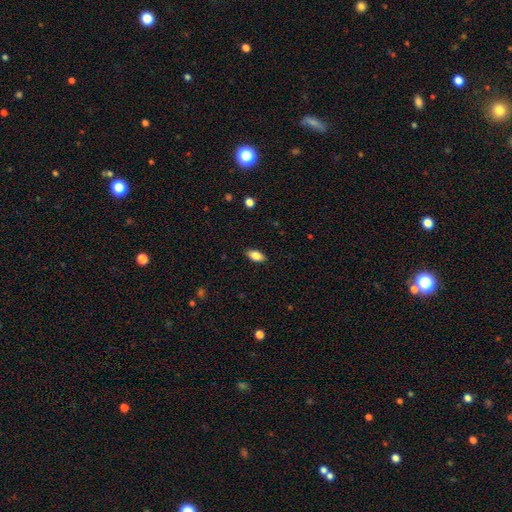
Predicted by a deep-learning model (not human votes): Overall: smooth (84%). How rounded: in between (91%). Merging: none (88%).